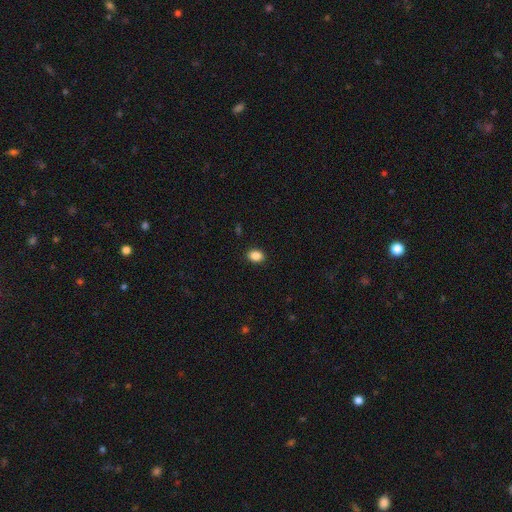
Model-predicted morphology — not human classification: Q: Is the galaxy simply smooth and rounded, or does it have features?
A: smooth — 88%.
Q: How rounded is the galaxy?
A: in between — 70%.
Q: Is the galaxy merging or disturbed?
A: none — 90%.